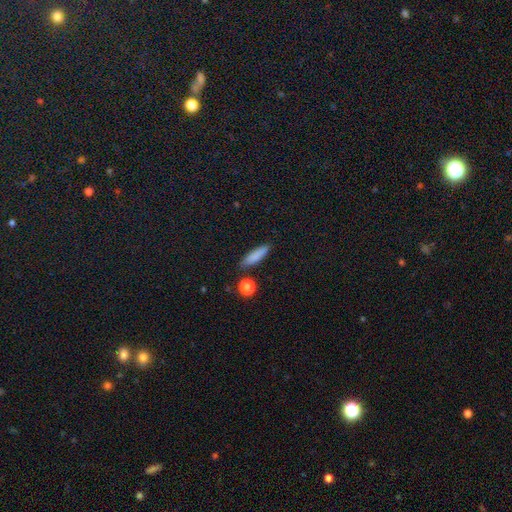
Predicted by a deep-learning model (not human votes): Overall: smooth (83%). How rounded: cigar-shaped (69%). Merging: none (83%).